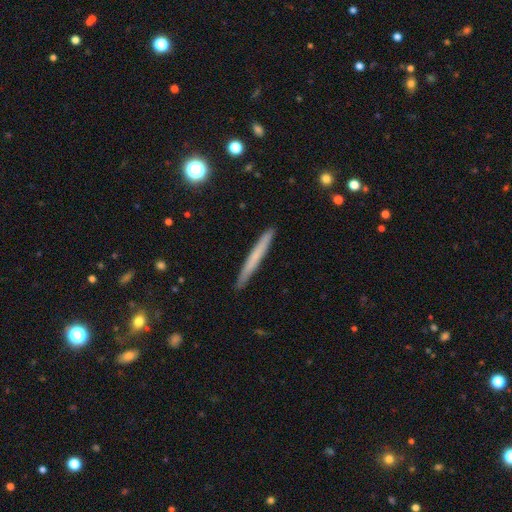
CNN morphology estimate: A smooth galaxy with no disk features (59%) that is cigar-shaped (97%).

Vote fractions:
- Smooth or featured? smooth: 59% / featured or disk: 35% / star or artifact: 6%
- How rounded? cigar-shaped: 97% / in between: 2% / round: 1%
- Merging? none: 91% / minor disturbance: 6% / major disturbance: 1% / merger: 1%